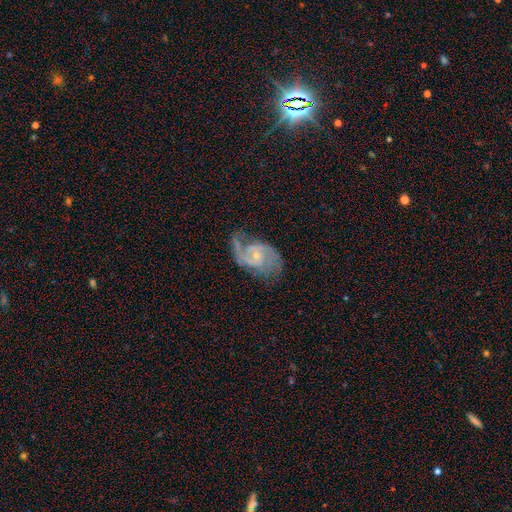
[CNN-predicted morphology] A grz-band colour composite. It shows a featured or disk galaxy (88%) with no bar (60%), 2 (79%) medium (51%) spiral arms (96%) and a small central bulge (66%). Merging: none (60%).